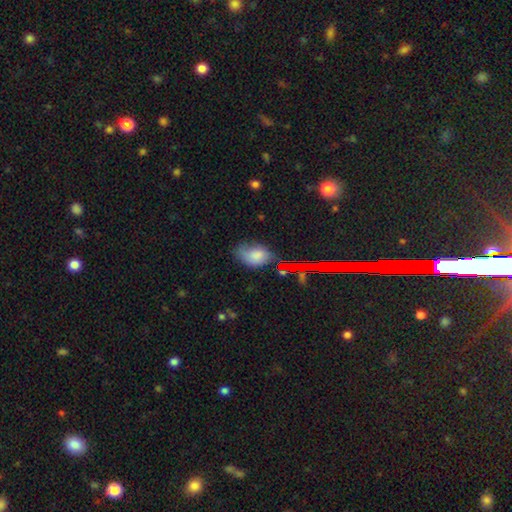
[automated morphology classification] smooth 73%, star or artifact 14%, featured or disk 14%. Down the decision tree: how rounded — in between (85%); merging — none (50%).